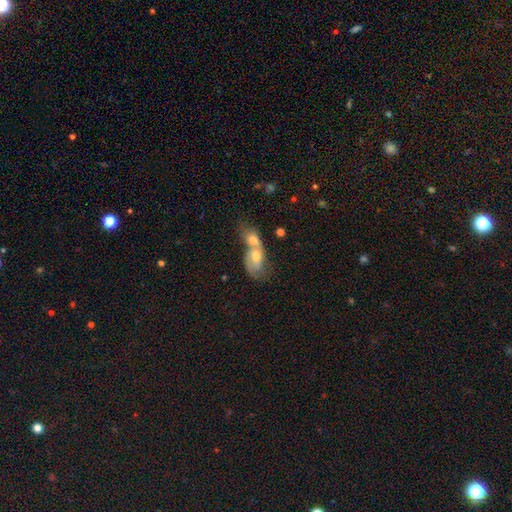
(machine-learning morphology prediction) A smooth galaxy with no disk features (46%). Merging: merger (77%).